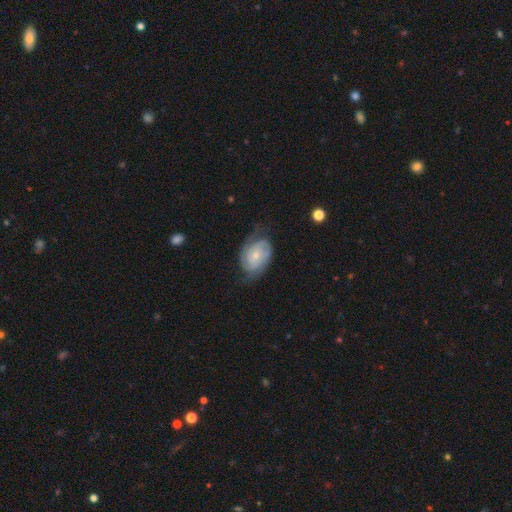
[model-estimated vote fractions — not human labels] featured or disk 78%, smooth 17%, star or artifact 6%. Down the decision tree: edge-on disk — no (97%); bar — no (65%); spiral arms — yes (94%); spiral arm count — 2 (61%); spiral winding — tight (56%); bulge size — small (61%); merging — none (66%).